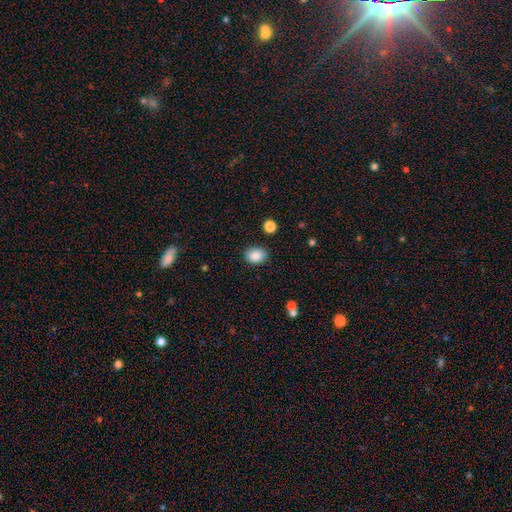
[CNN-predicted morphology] smooth-or-featured: smooth: 88% | star or artifact: 9% | featured or disk: 4%
  how-rounded: in between: 62% | round: 38% | cigar-shaped: 1%
  merging: none: 84% | minor disturbance: 11% | major disturbance: 3% | merger: 2%